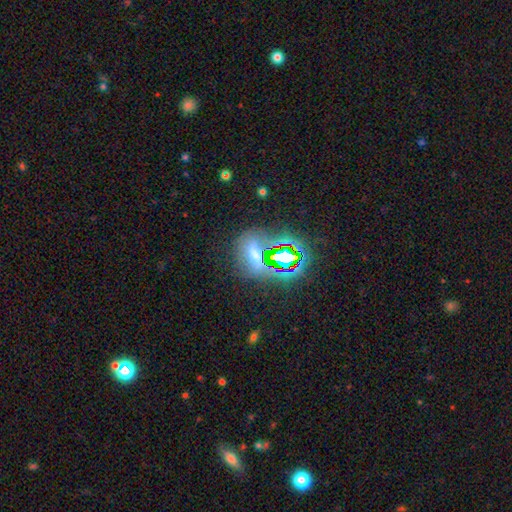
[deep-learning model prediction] Smooth or featured? star or artifact (52%)